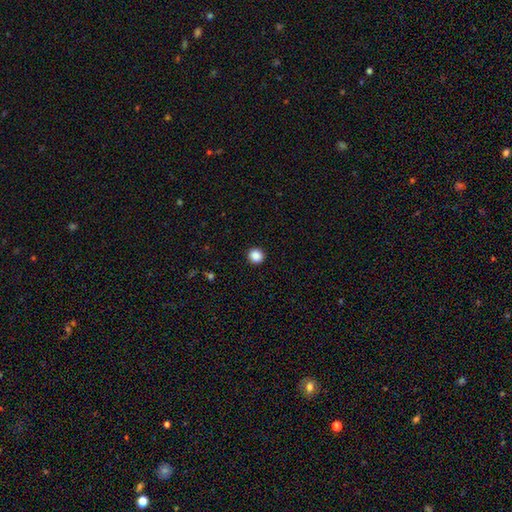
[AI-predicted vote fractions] A smooth galaxy with no disk features (88%) that is round (93%).

Vote fractions:
- Smooth or featured? smooth: 88% / star or artifact: 10% / featured or disk: 3%
- How rounded? round: 93% / in between: 6% / cigar-shaped: 1%
- Merging? none: 93% / minor disturbance: 4% / major disturbance: 2% / merger: 1%